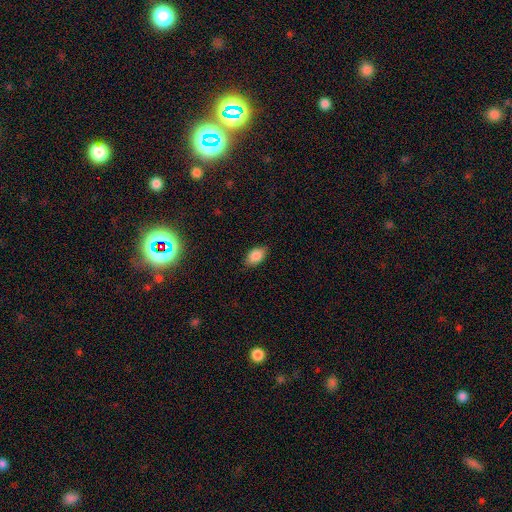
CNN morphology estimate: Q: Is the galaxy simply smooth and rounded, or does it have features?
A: smooth — 86%.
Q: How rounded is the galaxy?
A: in between — 91%.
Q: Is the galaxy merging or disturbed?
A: none — 82%.